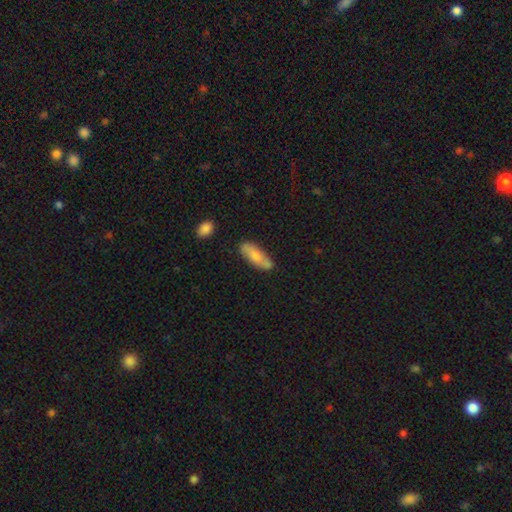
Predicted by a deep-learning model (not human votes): Smooth or featured? smooth (74%)
How rounded? in between (64%)
Merging? none (74%)